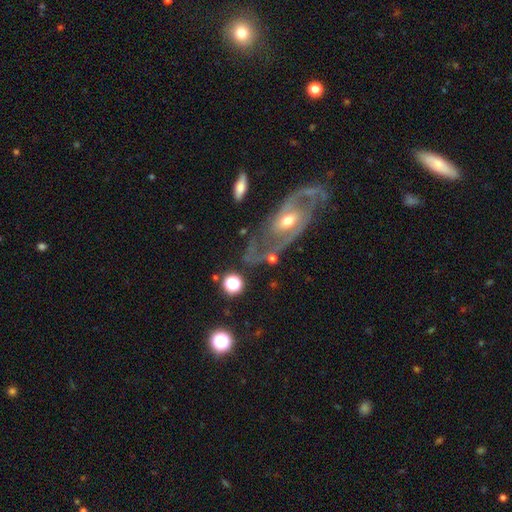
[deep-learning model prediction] Smooth or featured? Predicted: featured or disk (p=0.84). Edge-on disk? Predicted: no (p=0.93). Bar? Predicted: no (p=0.50). Spiral arms? Predicted: yes (p=0.91). Spiral winding? Predicted: medium (p=0.49). Spiral arm count? Predicted: 2 (p=0.81). Bulge size? Predicted: moderate (p=0.66). Merging? Predicted: none (p=0.68).